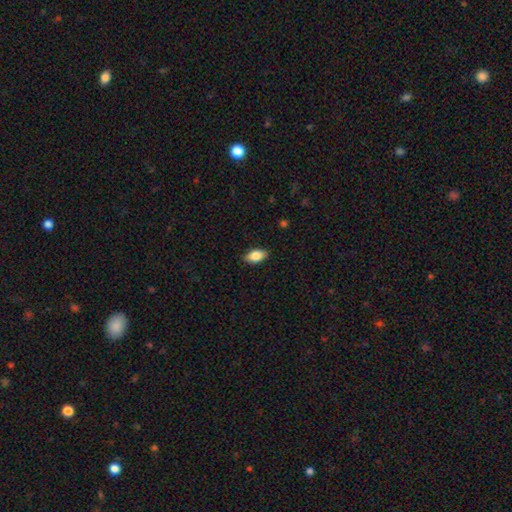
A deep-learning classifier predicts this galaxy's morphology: Smooth or featured? smooth (82%)
How rounded? in between (91%)
Merging? none (88%)